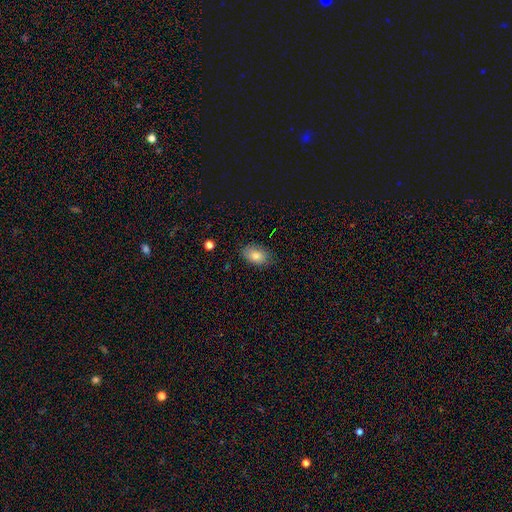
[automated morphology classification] Smooth or featured? Predicted: smooth (p=0.82). How rounded? Predicted: in between (p=0.86). Merging? Predicted: none (p=0.83).